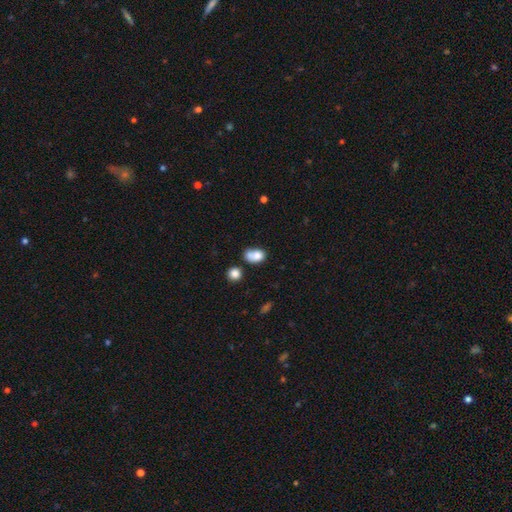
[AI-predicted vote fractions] Smooth or featured: smooth — 77% (featured or disk — 13%)
How rounded: in between — 69% (round — 30%)
Merging: merger — 47% (none — 28%)